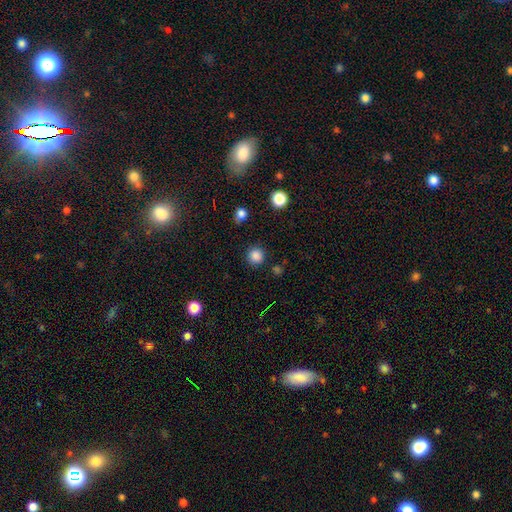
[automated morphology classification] smooth 84%, star or artifact 13%, featured or disk 3%. Down the decision tree: how rounded — round (94%); merging — none (88%).